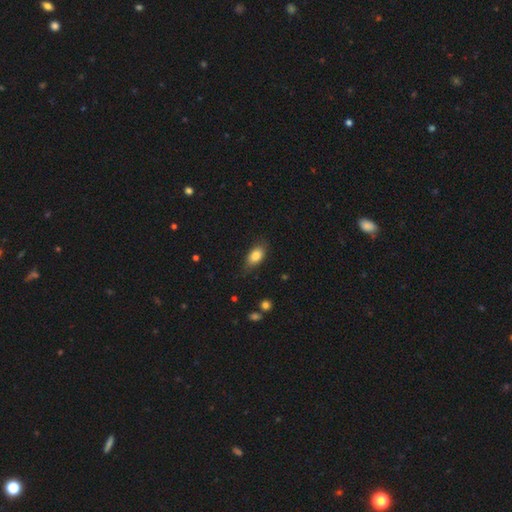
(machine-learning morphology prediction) smooth_or_featured: smooth (p=0.83) [alt: featured or disk p=0.10]
how_rounded: in between (p=0.87) [alt: round p=0.08]
merging: none (p=0.75) [alt: minor disturbance p=0.20]